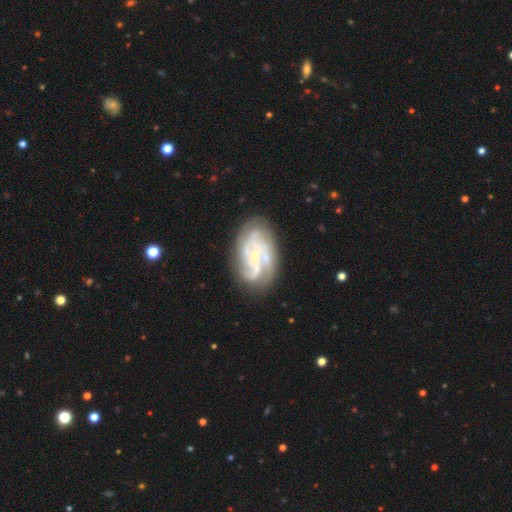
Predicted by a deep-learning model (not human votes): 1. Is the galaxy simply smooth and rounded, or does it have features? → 82% featured or disk, 11% smooth, 7% star or artifact.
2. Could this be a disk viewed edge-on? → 97% no, 3% yes.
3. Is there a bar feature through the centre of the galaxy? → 65% no, 28% weak, 7% strong.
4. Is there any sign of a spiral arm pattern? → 92% yes, 8% no.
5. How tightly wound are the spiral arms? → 44% tight, 40% medium, 16% loose.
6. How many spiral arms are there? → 30% 3, 24% can't tell, 18% 2, 17% 4, 6% more than 4, 5% 1.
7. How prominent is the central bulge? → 71% small, 20% moderate, 7% none, 2% large, 1% dominant.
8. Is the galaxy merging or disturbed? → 65% none, 19% minor disturbance, 11% major disturbance, 5% merger.